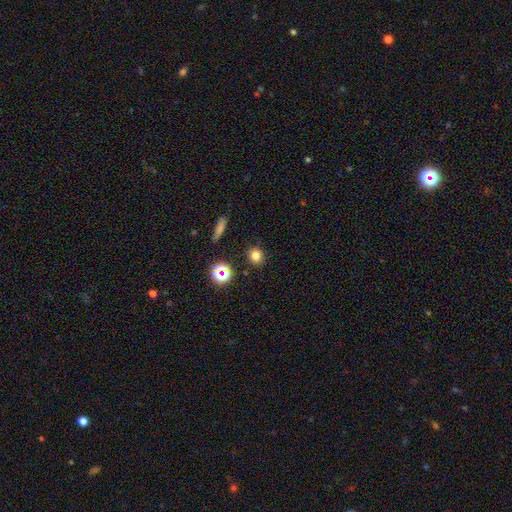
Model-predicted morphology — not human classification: type=smooth (75%); roundness=round (81%); merging=none (87%).